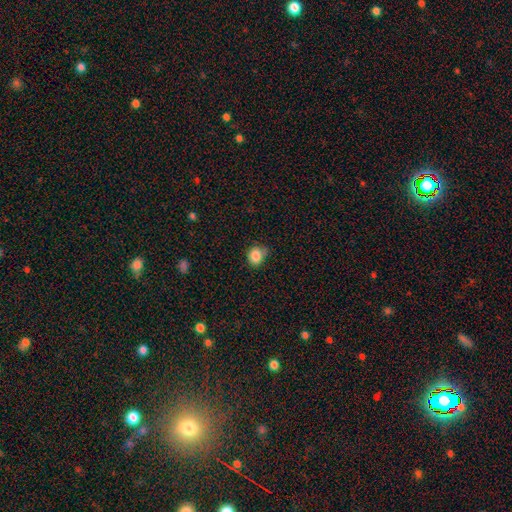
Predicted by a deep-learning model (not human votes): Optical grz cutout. It shows a smooth galaxy with no disk features (85%) that is round (69%). Merging: none (64%).